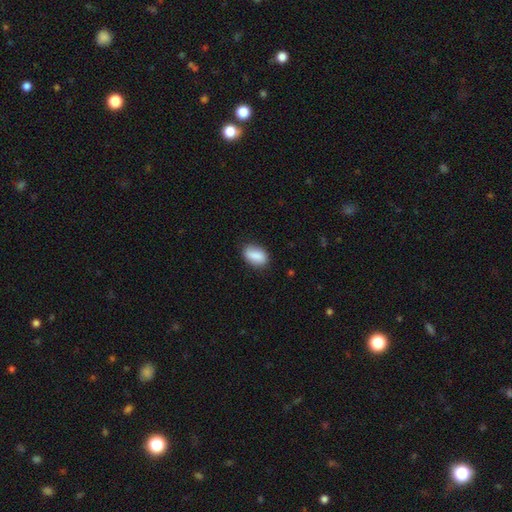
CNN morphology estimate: The model was most divided on "merging": none: 82%, minor disturbance: 14%, major disturbance: 3%, merger: 1%. More confident: how rounded — in between (88%); smooth or featured — smooth (85%).